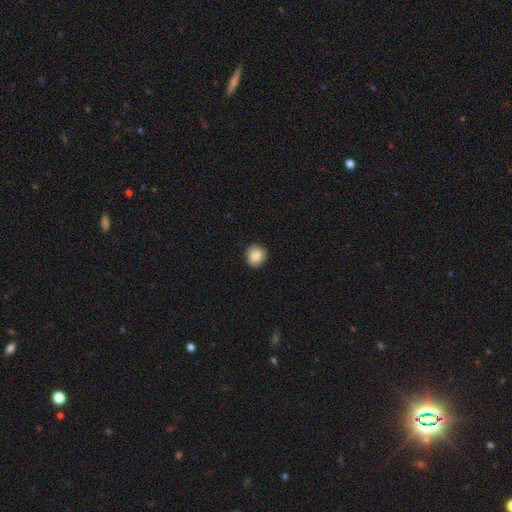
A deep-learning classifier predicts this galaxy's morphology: This appears to be a smooth galaxy with no disk features (87%) that is round (87%). Merging: none (88%).